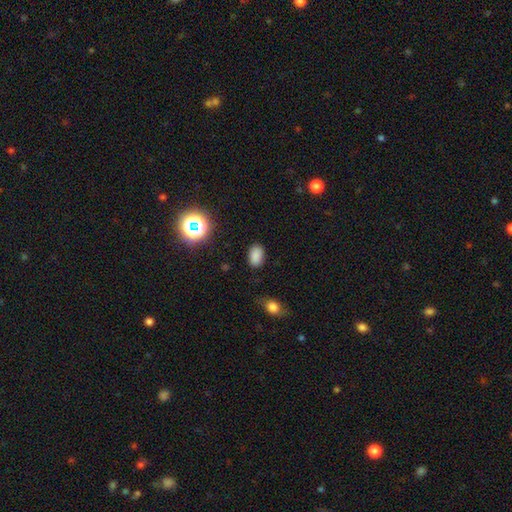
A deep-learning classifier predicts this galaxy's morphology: This is clearly a smooth galaxy (81%). How rounded: clearly in between (87%). Merging: clearly none (85%).